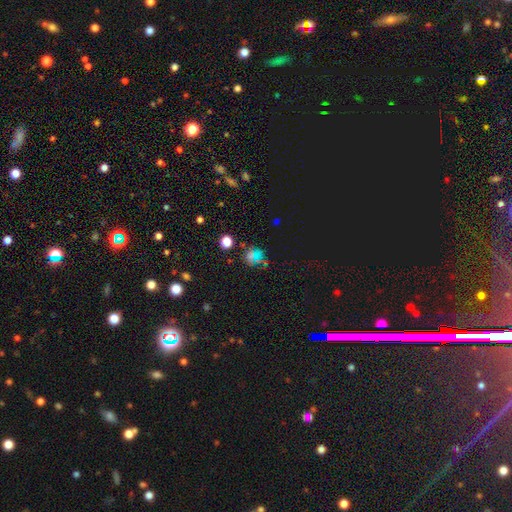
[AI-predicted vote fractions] smooth_or_featured: star or artifact (p=0.48) [alt: smooth p=0.40]